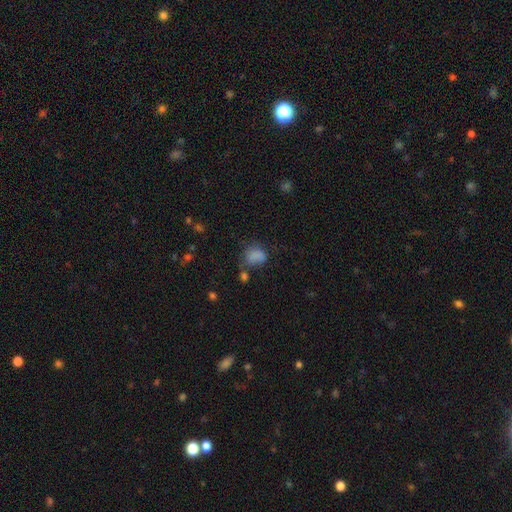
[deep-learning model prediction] This is likely a smooth galaxy (77%). How rounded: likely in between (64%). Merging: marginally none (39%).